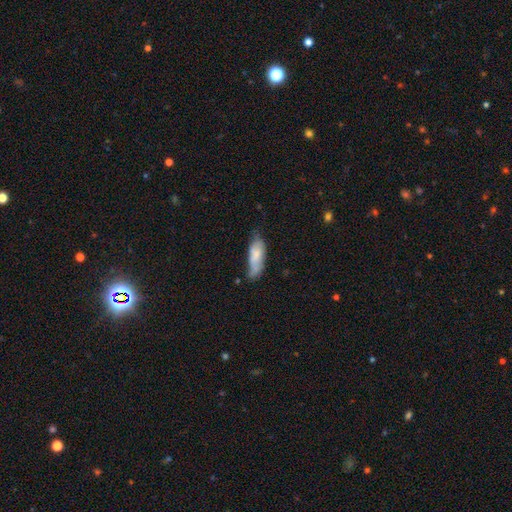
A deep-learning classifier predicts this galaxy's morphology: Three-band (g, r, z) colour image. It shows a smooth galaxy with no disk features (69%) that is in between round and cigar-shaped (65%). Merging: none (41%).